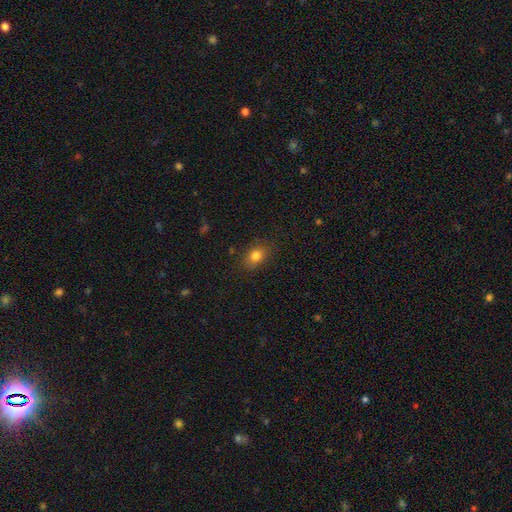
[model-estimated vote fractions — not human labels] This appears to be a smooth galaxy with no disk features (81%) that is in between round and cigar-shaped (64%). Merging: none (81%).